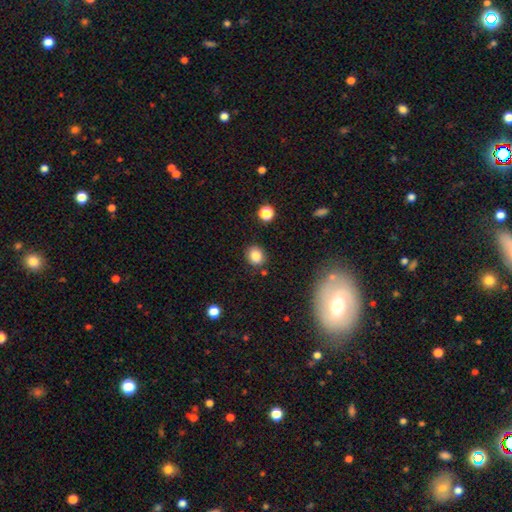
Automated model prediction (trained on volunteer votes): Morphology: type=smooth (83%); roundness=round (72%); merging=none (84%).